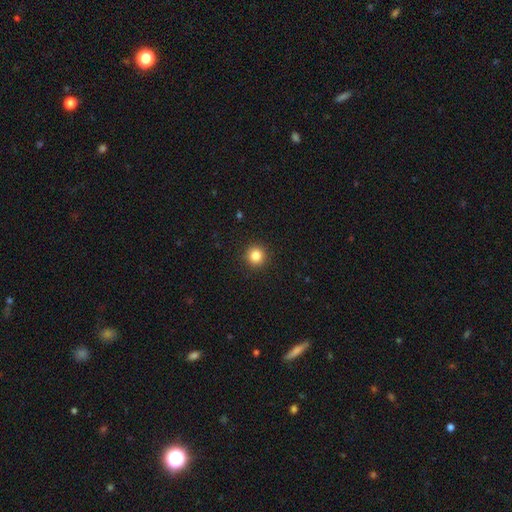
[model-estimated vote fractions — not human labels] The model was most divided on "smooth or featured": smooth: 84%, star or artifact: 11%, featured or disk: 5%. More confident: how rounded — round (94%); merging — none (92%).